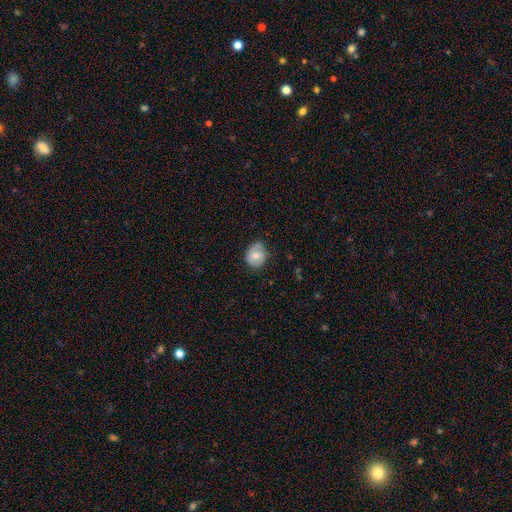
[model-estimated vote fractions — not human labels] smooth_or_featured: smooth (p=0.67) [alt: featured or disk p=0.25]
how_rounded: round (p=0.63) [alt: in between p=0.36]
merging: none (p=0.65) [alt: minor disturbance p=0.28]